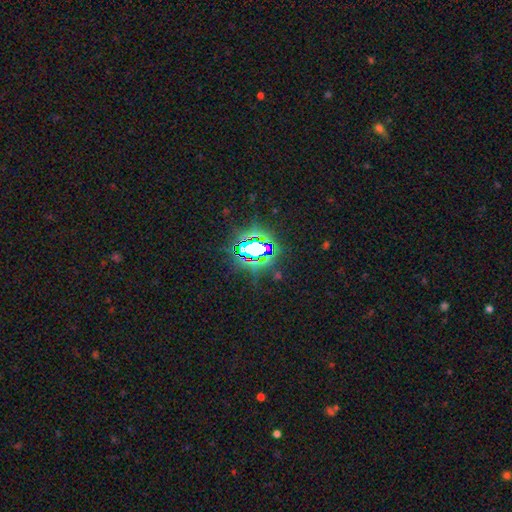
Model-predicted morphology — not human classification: smooth-or-featured: star or artifact: 80% | smooth: 12% | featured or disk: 8%